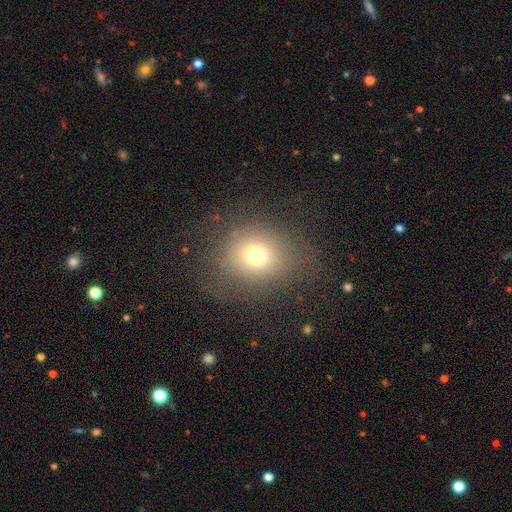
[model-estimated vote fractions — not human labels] This appears to be a smooth galaxy with no disk features (70%) that is round (80%). Merging: none (76%).